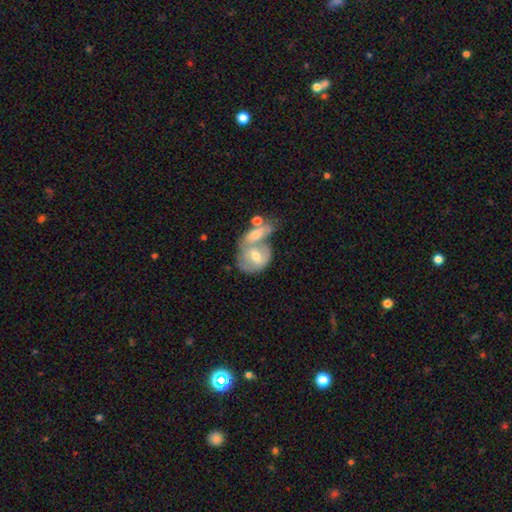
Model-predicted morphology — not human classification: type=featured or disk (54%); edge-on=no (94%); bar=no (46%); spiral arms=no (50%, tied with yes); bulge=moderate (65%); merging=merger (58%).